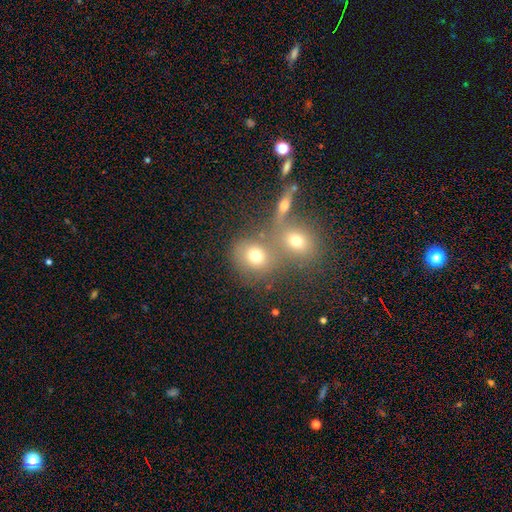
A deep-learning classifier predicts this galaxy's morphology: smooth-or-featured: smooth: 71% | star or artifact: 15% | featured or disk: 13%
  how-rounded: round: 75% | in between: 23% | cigar-shaped: 1%
  merging: none: 46% | merger: 41% | minor disturbance: 8% | major disturbance: 5%